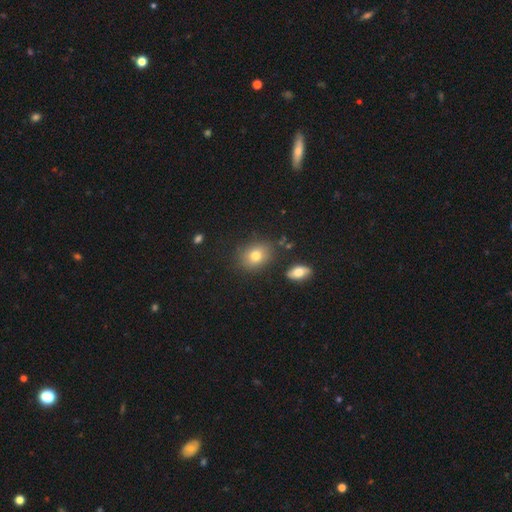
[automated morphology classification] Q: Smooth or featured?
A: smooth (77%); runner-up: featured or disk (11%)
Q: How rounded?
A: in between (52%); runner-up: round (46%)
Q: Merging?
A: none (81%); runner-up: minor disturbance (11%)